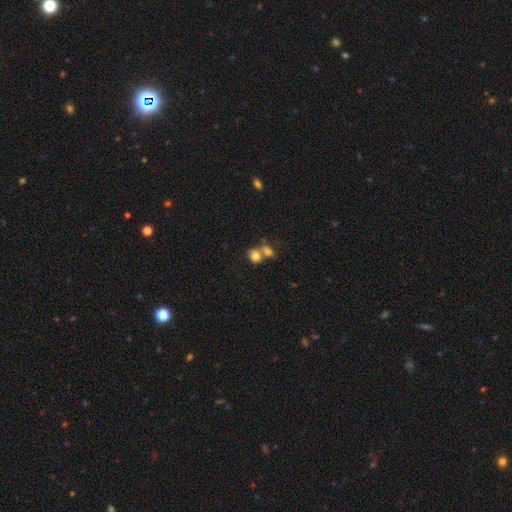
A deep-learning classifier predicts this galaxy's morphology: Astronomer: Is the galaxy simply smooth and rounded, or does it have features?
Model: smooth — 79%.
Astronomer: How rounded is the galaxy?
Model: round — 62% (runner-up: in between, 37%).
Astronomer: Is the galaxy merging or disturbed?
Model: merger — 54% (runner-up: none, 33%).